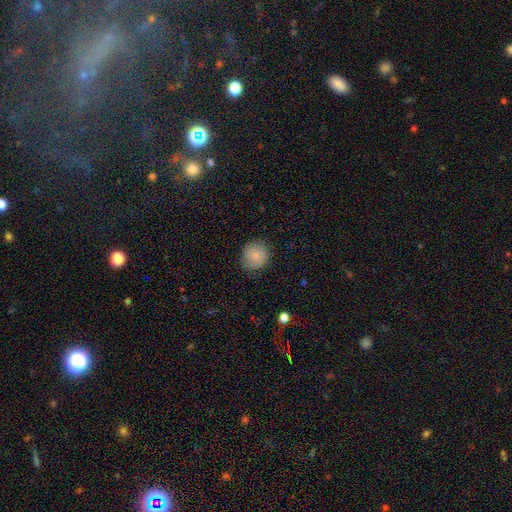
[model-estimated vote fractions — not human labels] A smooth galaxy with no disk features (80%) that is round (86%).

Vote fractions:
- Smooth or featured? smooth: 80% / featured or disk: 12% / star or artifact: 8%
- How rounded? round: 86% / in between: 13% / cigar-shaped: 1%
- Merging? none: 80% / minor disturbance: 15% / major disturbance: 4% / merger: 1%